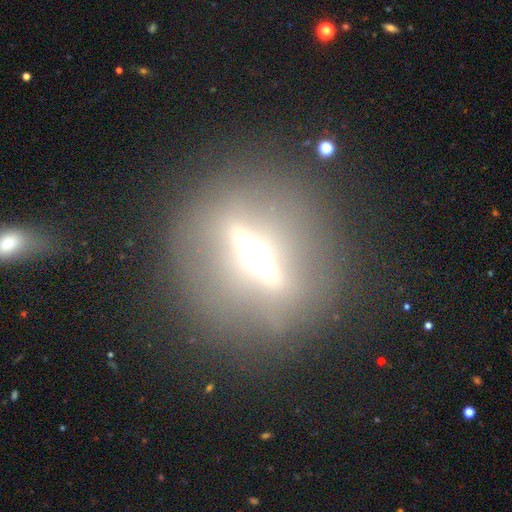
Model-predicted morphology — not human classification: Smooth or featured: featured or disk — 69% (star or artifact — 16%)
Edge-on disk: yes — 77% (no — 23%)
Edge-on bulge: rounded — 62% (boxy — 19%)
Merging: none — 84% (minor disturbance — 8%)